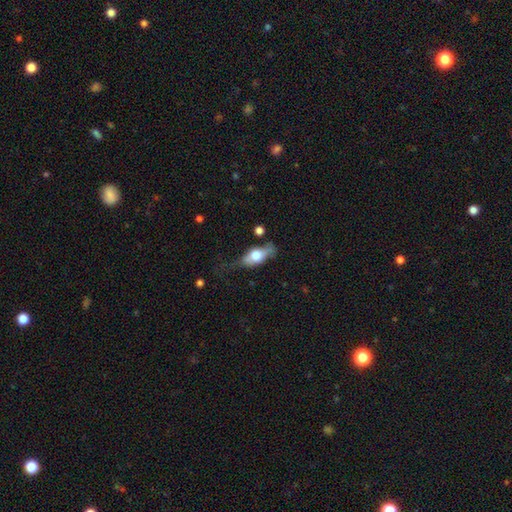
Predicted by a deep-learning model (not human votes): Morphology: type=smooth (54%); roundness=in between (76%); merging=none (47%).